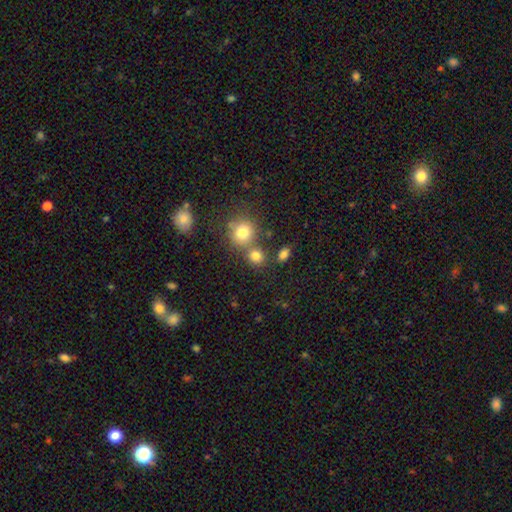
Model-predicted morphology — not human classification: This is likely a smooth galaxy (79%). How rounded: likely round (73%). Merging: likely none (62%).